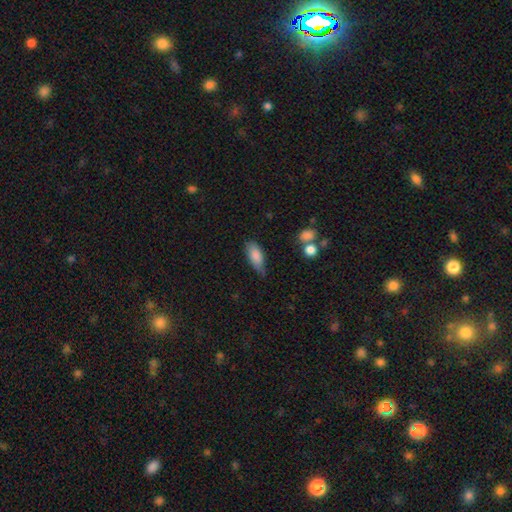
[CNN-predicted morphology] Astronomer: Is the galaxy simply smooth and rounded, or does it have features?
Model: smooth — 83%.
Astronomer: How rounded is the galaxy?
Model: in between — 81%.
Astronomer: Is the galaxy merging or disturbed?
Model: none — 54% (runner-up: minor disturbance, 35%).